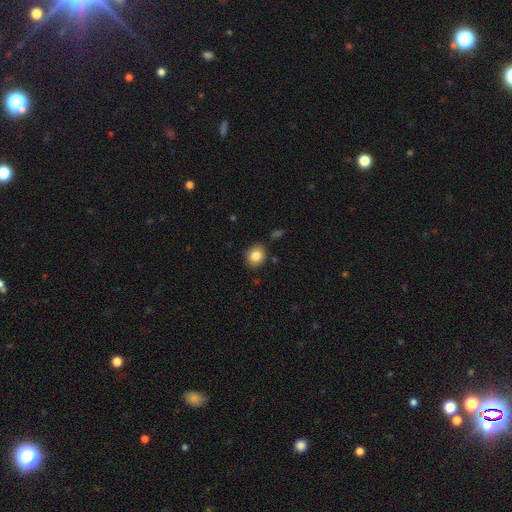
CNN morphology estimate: type=smooth (84%); roundness=round (58%); merging=none (85%).